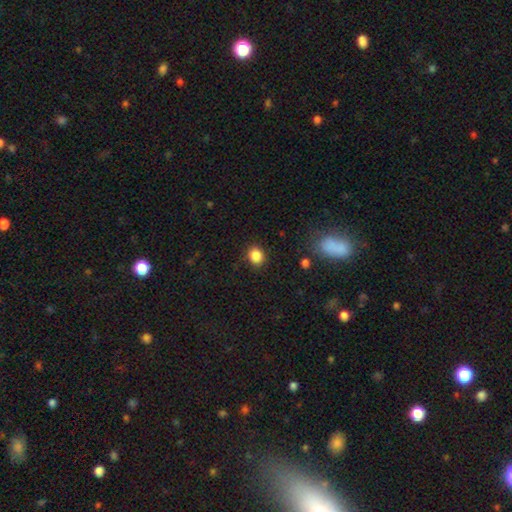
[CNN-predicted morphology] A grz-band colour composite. It shows a smooth galaxy with no disk features (86%) that is round (68%). Merging: none (85%).